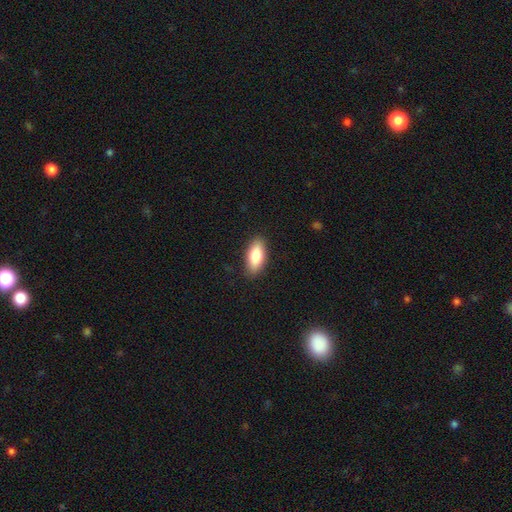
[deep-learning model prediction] Smooth or featured: smooth — 84% (featured or disk — 10%)
How rounded: in between — 84% (cigar-shaped — 14%)
Merging: none — 87% (minor disturbance — 10%)